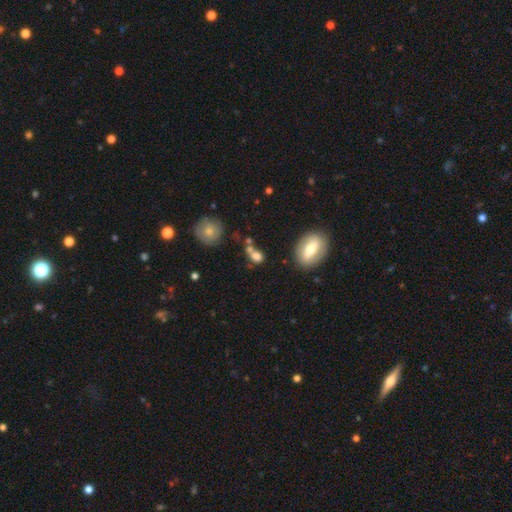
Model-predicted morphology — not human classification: smooth-or-featured: smooth: 75% | featured or disk: 13% | star or artifact: 12%
  how-rounded: in between: 53% | round: 43% | cigar-shaped: 4%
  merging: none: 44% | merger: 34% | minor disturbance: 15% | major disturbance: 7%